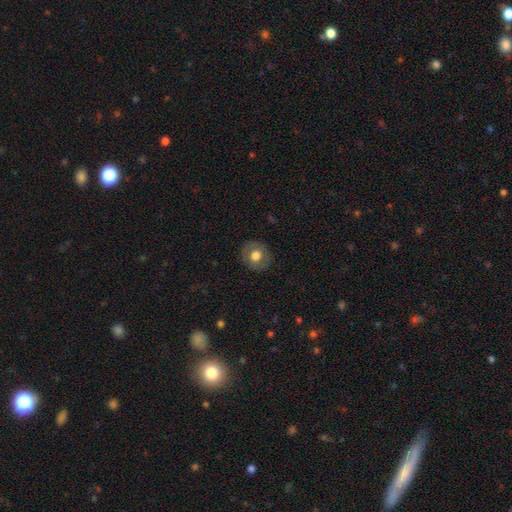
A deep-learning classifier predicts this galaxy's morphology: smooth-or-featured: smooth: 67% | featured or disk: 25% | star or artifact: 8%
  how-rounded: round: 85% | in between: 14% | cigar-shaped: 1%
  merging: none: 86% | minor disturbance: 10% | major disturbance: 3% | merger: 1%